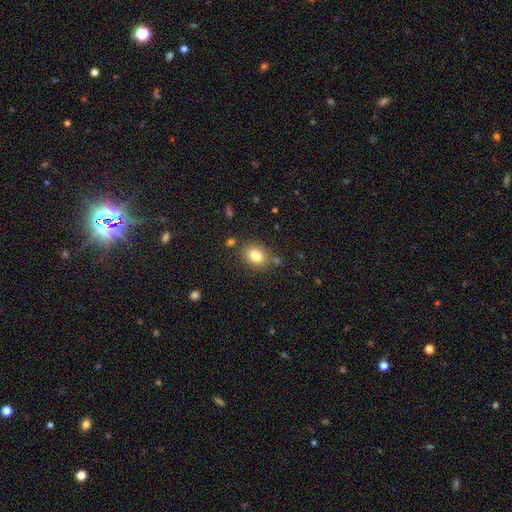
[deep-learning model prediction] This appears to be a smooth galaxy with no disk features (80%) that is round (57%). Merging: none (77%).